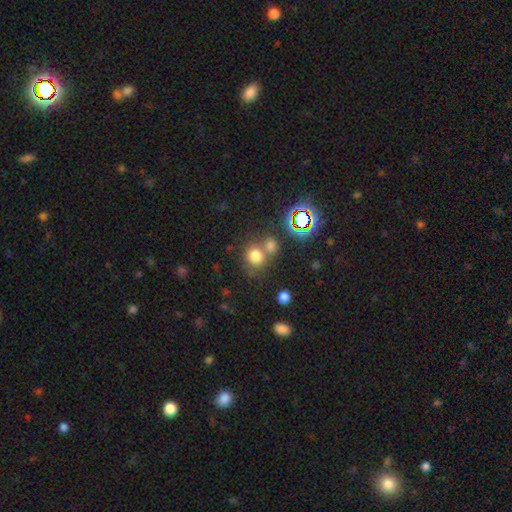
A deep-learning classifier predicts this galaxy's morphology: Overall: smooth (73%). How rounded: round (81%). Merging: none (51%; merger 35%).